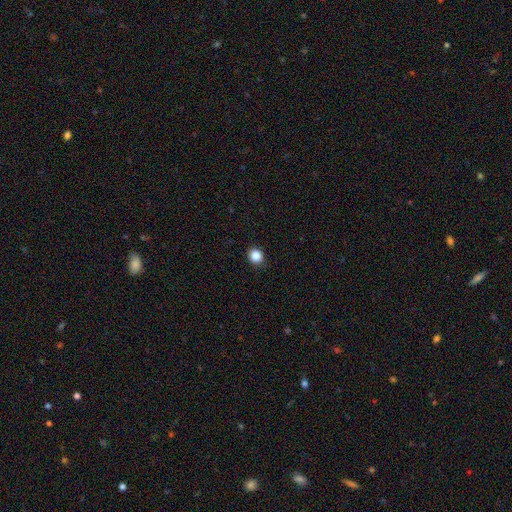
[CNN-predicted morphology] This is clearly a smooth galaxy (86%). How rounded: clearly round (86%). Merging: clearly none (91%).